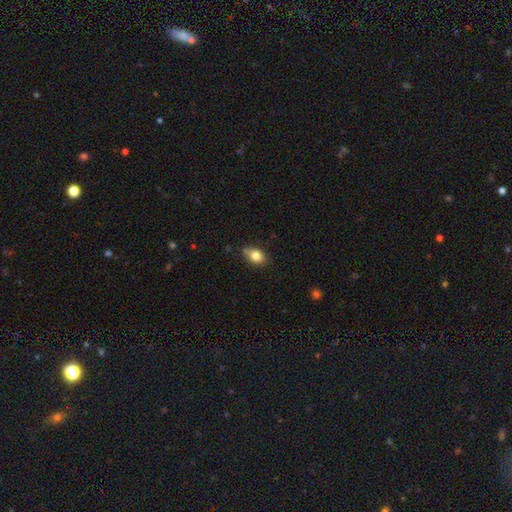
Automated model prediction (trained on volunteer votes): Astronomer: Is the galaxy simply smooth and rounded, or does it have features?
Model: smooth — 82%.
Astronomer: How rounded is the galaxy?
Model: in between — 73%.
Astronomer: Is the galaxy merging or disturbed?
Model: none — 67%.